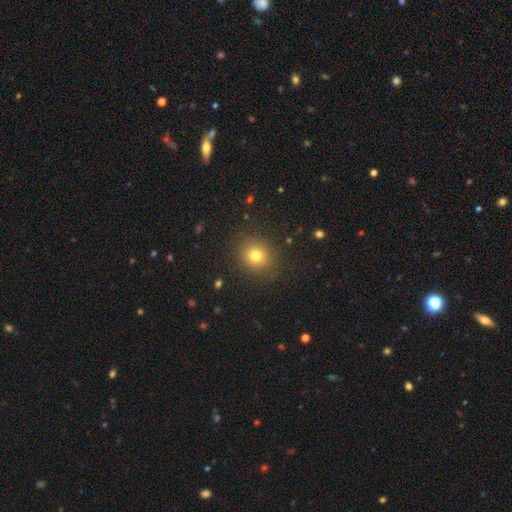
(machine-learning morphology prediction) Smooth or featured? Predicted: smooth (p=0.77). How rounded? Predicted: round (p=0.77). Merging? Predicted: none (p=0.86).